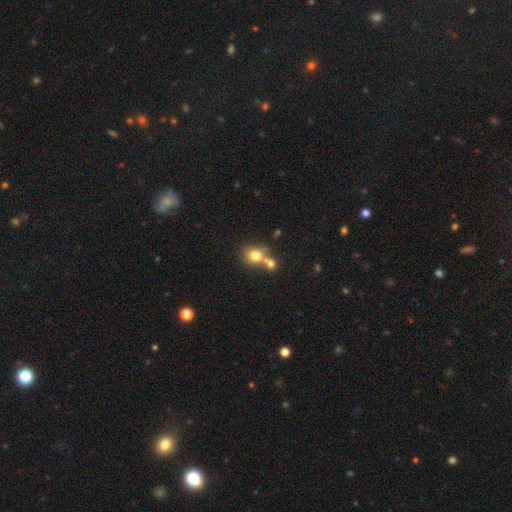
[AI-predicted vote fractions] Smooth or featured?
  - smooth: 76% *
  - featured or disk: 13%
  - star or artifact: 12%
How rounded?
  - round: 70% *
  - in between: 29%
  - cigar-shaped: 1%
Merging?
  - none: 43% * (tied)
  - merger: 43% * (tied)
  - minor disturbance: 9%
  - major disturbance: 4%